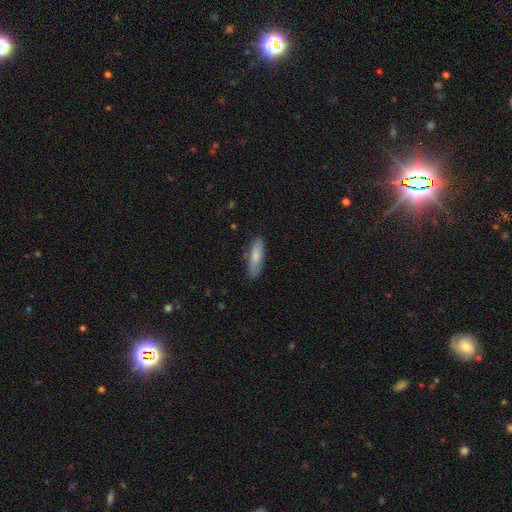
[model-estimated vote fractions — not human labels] The model was most divided on "how rounded": cigar-shaped: 56%, in between: 42%, round: 2%. More confident: merging — none (81%); smooth or featured — smooth (80%).